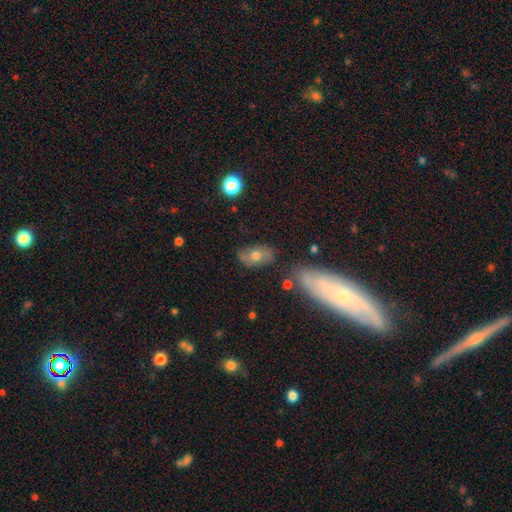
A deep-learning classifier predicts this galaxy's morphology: type=smooth (52%); roundness=in between (86%); merging=none (69%).